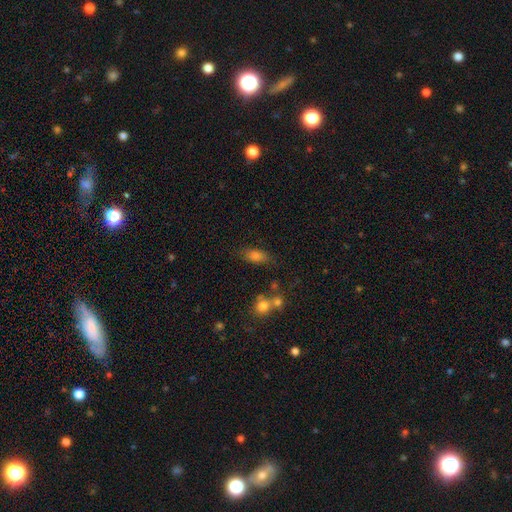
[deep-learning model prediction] The model was most divided on "merging": none: 72%, minor disturbance: 16%, merger: 7%, major disturbance: 5%. More confident: how rounded — in between (79%); smooth or featured — smooth (74%).